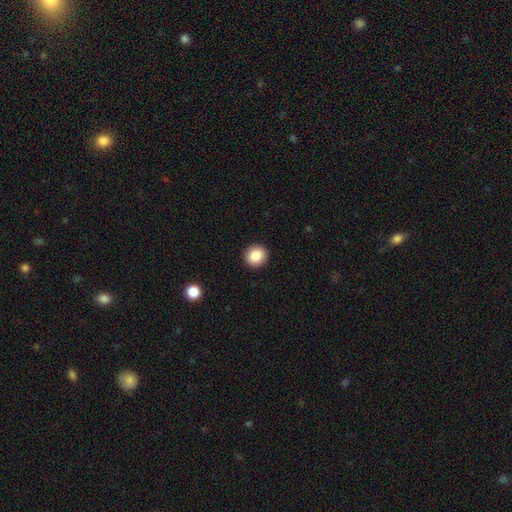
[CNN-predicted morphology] This is clearly a smooth galaxy (85%). How rounded: clearly round (90%). Merging: clearly none (93%).